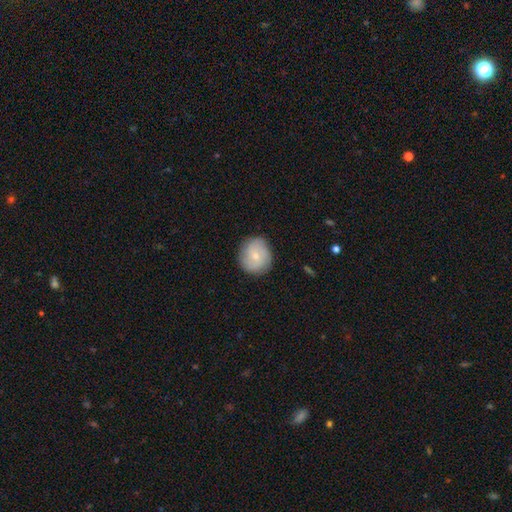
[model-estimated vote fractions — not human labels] The model was most divided on "smooth or featured": smooth: 64%, featured or disk: 28%, star or artifact: 8%. More confident: merging — none (83%); how rounded — round (82%).